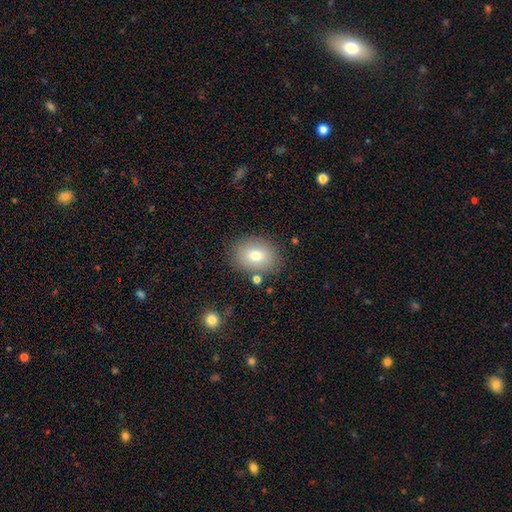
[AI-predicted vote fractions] A smooth galaxy with no disk features (75%) that is in between round and cigar-shaped (58%). Merging: none (81%).